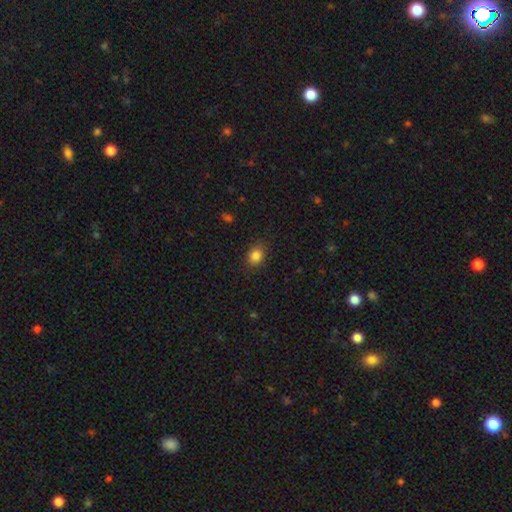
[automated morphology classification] Smooth or featured?
  - smooth: 84% *
  - star or artifact: 11%
  - featured or disk: 5%
How rounded?
  - in between: 53% *
  - round: 46%
  - cigar-shaped: 1%
Merging?
  - none: 85% *
  - minor disturbance: 11%
  - major disturbance: 3%
  - merger: 1%